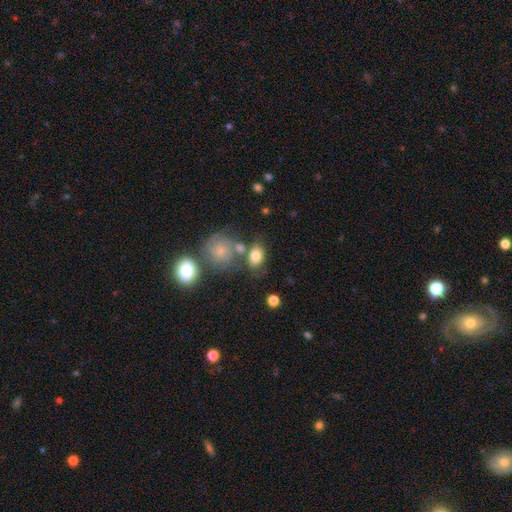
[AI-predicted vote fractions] This appears to be a smooth galaxy with no disk features (71%) that is in between round and cigar-shaped (71%). Merging: none (52%).